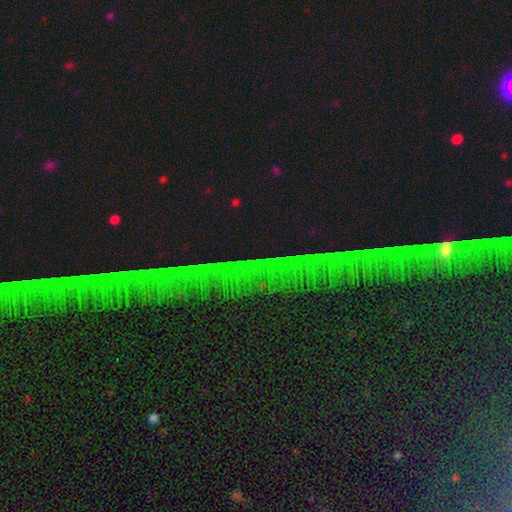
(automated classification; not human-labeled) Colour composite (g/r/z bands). It shows a star or artifact, not a galaxy (78%).